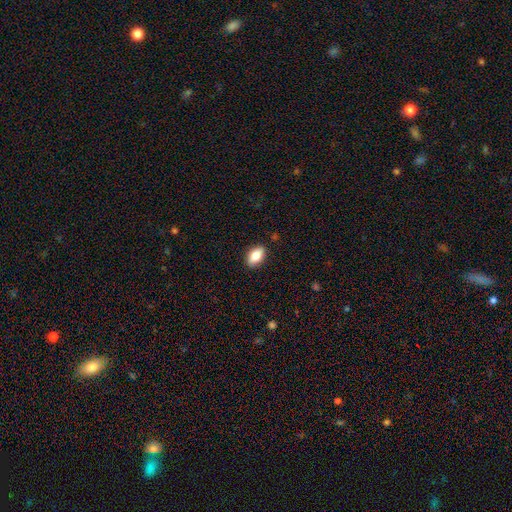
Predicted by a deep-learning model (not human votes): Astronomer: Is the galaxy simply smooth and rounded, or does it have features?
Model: smooth — 80%.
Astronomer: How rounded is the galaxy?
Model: in between — 88%.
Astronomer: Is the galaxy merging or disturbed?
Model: none — 88%.